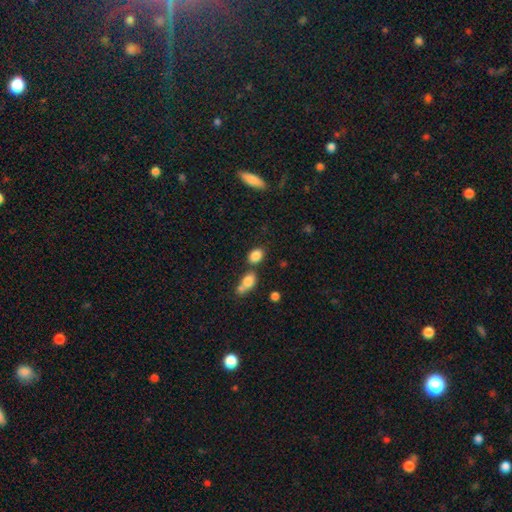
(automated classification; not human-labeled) Smooth or featured?
  - smooth: 84% *
  - star or artifact: 10%
  - featured or disk: 6%
How rounded?
  - in between: 75% *
  - round: 23%
  - cigar-shaped: 2%
Merging?
  - none: 60% *
  - merger: 23%
  - minor disturbance: 13%
  - major disturbance: 5%